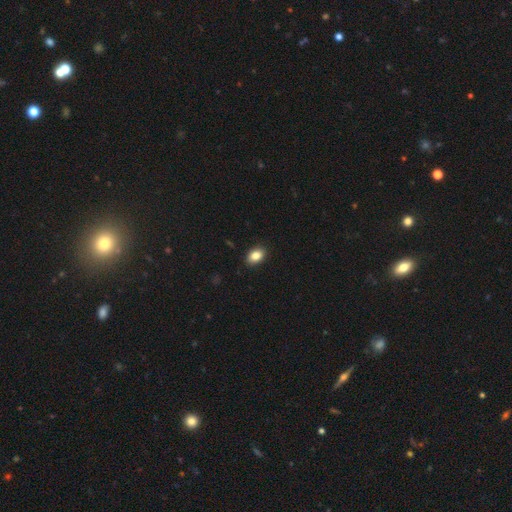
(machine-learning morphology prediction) Smooth or featured? Predicted: smooth (p=0.86). How rounded? Predicted: in between (p=0.84). Merging? Predicted: none (p=0.89).